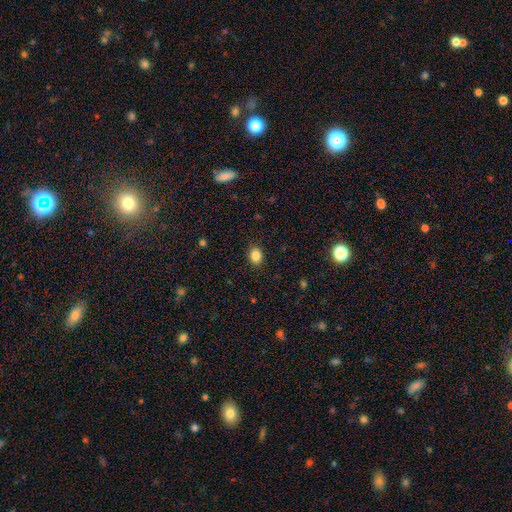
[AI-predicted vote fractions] Smooth or featured? smooth (86%)
How rounded? in between (58%)
Merging? none (88%)